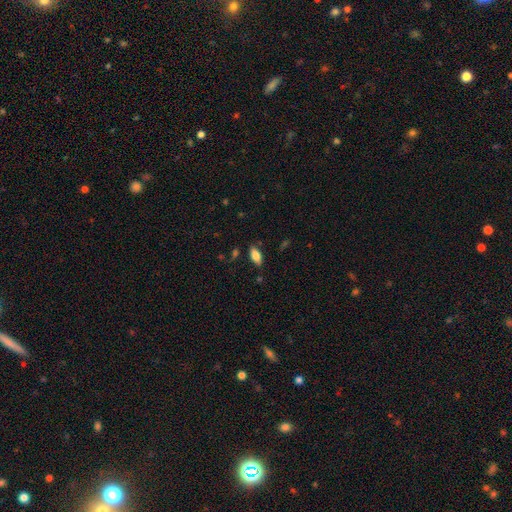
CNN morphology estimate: A smooth galaxy with no disk features (80%) that is in between round and cigar-shaped (88%). Merging: none (84%).